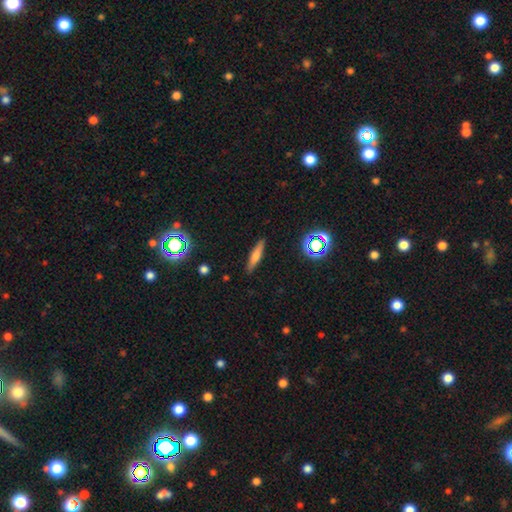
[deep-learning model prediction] smooth 58%, featured or disk 31%, star or artifact 11%. Down the decision tree: how rounded — cigar-shaped (82%); merging — none (89%).